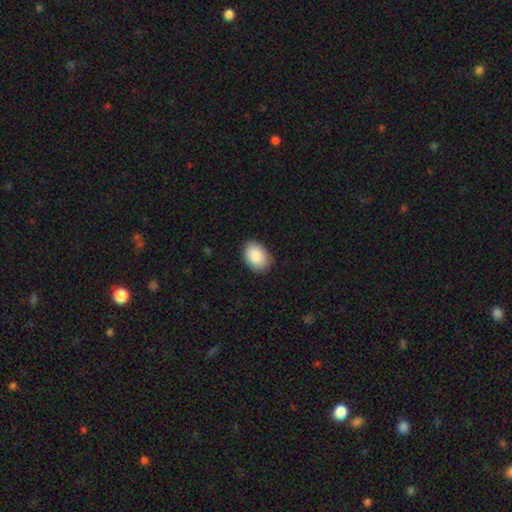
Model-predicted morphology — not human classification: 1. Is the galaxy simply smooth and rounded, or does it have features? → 89% smooth, 6% star or artifact, 5% featured or disk.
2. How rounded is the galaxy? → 83% in between, 16% round, 1% cigar-shaped.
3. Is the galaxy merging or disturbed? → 84% none, 12% minor disturbance, 2% major disturbance, 1% merger.